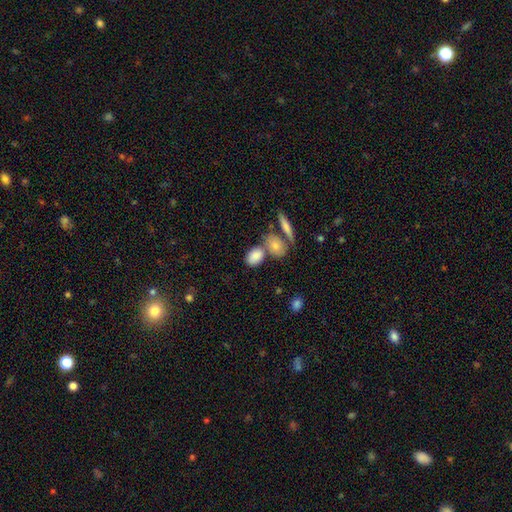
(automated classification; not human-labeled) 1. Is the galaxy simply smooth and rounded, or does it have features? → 83% smooth, 10% featured or disk, 7% star or artifact.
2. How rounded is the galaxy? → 79% in between, 18% round, 3% cigar-shaped.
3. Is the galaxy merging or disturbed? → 52% none, 31% merger, 12% minor disturbance, 5% major disturbance.